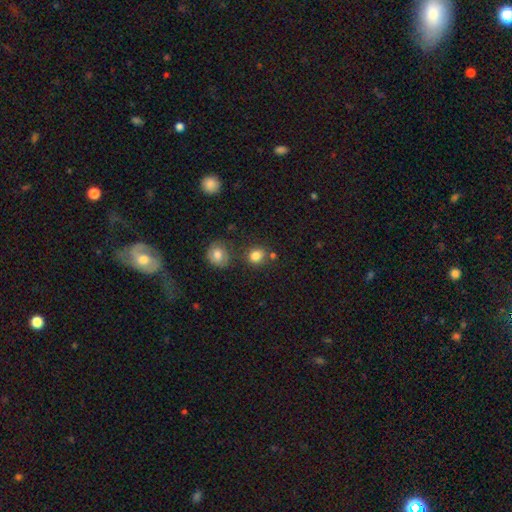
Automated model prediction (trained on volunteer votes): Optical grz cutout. It shows a smooth galaxy with no disk features (83%) that is round (71%). Merging: none (73%).